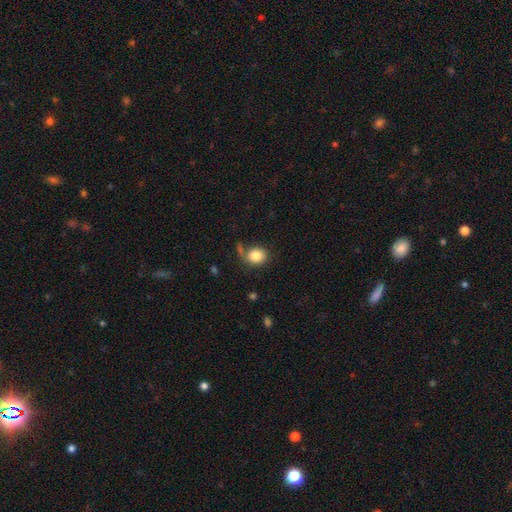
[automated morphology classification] A smooth galaxy with no disk features (84%) that is round (63%).

Vote fractions:
- Smooth or featured? smooth: 84% / star or artifact: 9% / featured or disk: 7%
- How rounded? round: 63% / in between: 36% / cigar-shaped: 1%
- Merging? none: 66% / minor disturbance: 17% / merger: 10% / major disturbance: 7%